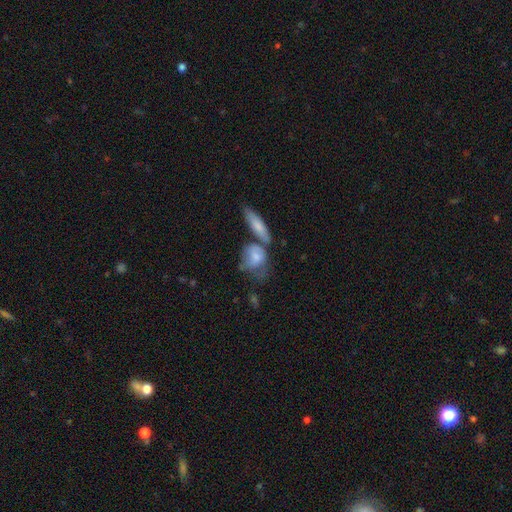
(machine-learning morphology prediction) Q: Smooth or featured?
A: smooth (50%); runner-up: featured or disk (40%)
Q: Merging?
A: none (41%); runner-up: merger (36%)